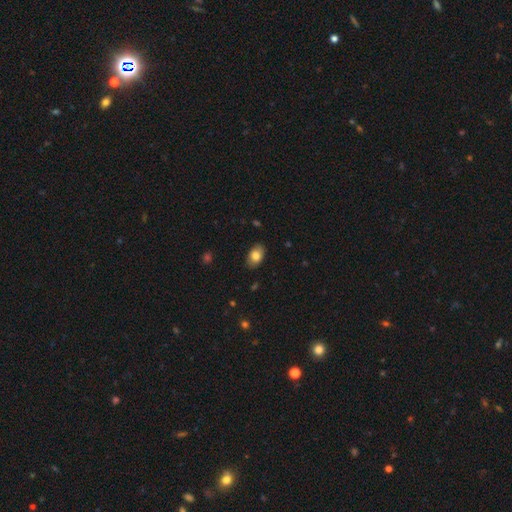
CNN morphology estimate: Smooth or featured? Predicted: smooth (p=0.81). How rounded? Predicted: in between (p=0.89). Merging? Predicted: none (p=0.86).